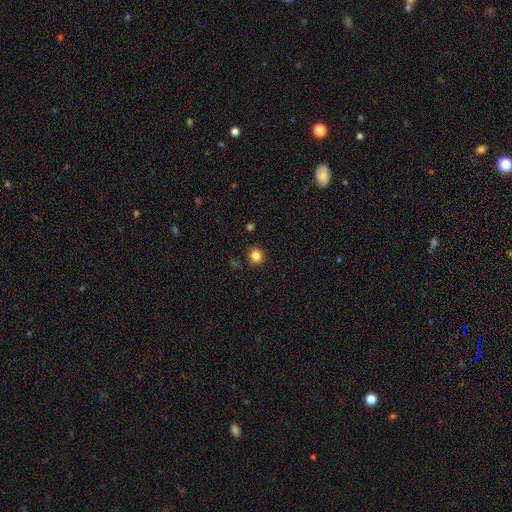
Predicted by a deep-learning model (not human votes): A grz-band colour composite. It shows a smooth galaxy with no disk features (82%) that is round (89%). Merging: none (89%).